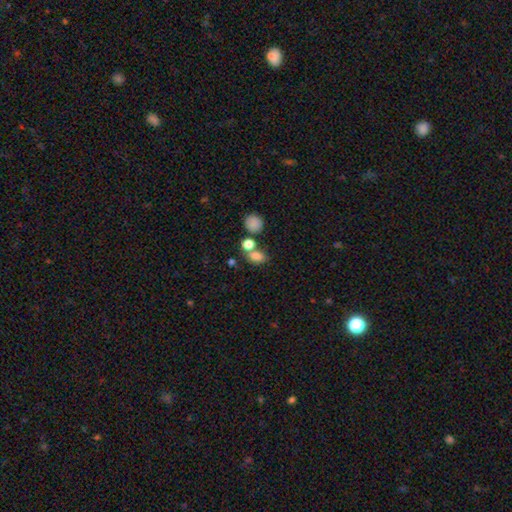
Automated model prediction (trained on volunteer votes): This is likely a smooth galaxy (79%). How rounded: likely in between (70%). Merging: possibly none (47%).